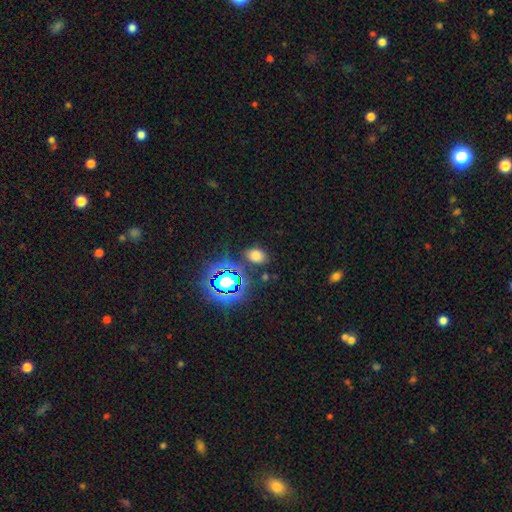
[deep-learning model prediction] Smooth or featured? smooth (67%)
How rounded? in between (75%)
Merging? none (81%)